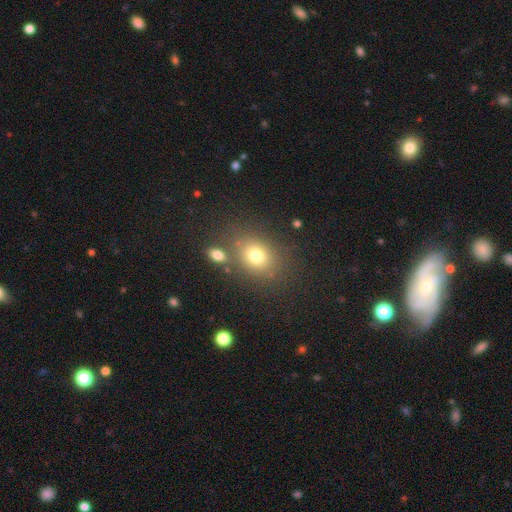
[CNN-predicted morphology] smooth-or-featured: smooth: 75% | star or artifact: 14% | featured or disk: 11%
  how-rounded: round: 50% | in between: 49% | cigar-shaped: 1%
  merging: none: 70% | merger: 13% | minor disturbance: 12% | major disturbance: 6%